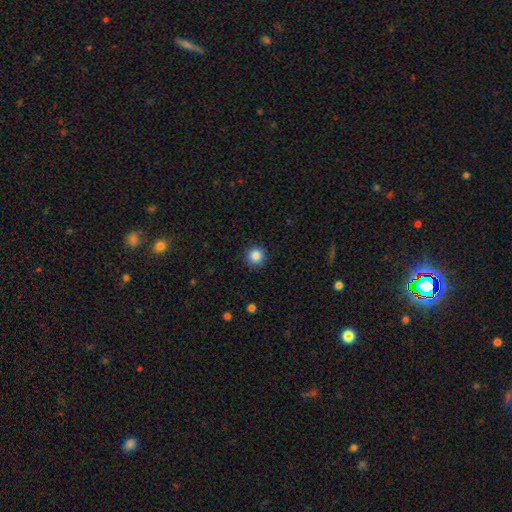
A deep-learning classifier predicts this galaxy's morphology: type=smooth (86%); roundness=round (95%); merging=none (91%).